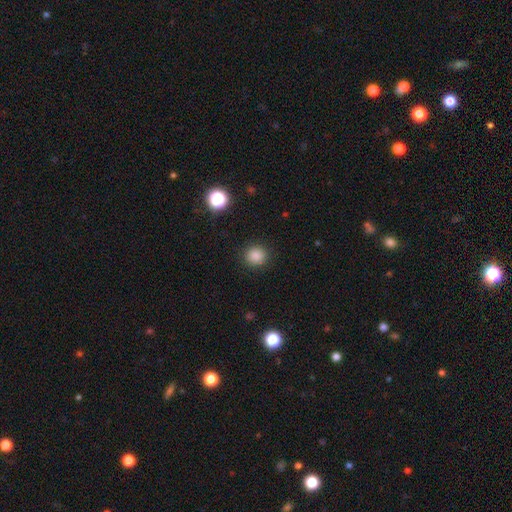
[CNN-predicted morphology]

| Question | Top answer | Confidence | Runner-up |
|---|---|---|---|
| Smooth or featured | smooth | 85% | star or artifact (11%) |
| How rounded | round | 85% | in between (14%) |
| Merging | none | 90% | minor disturbance (7%) |